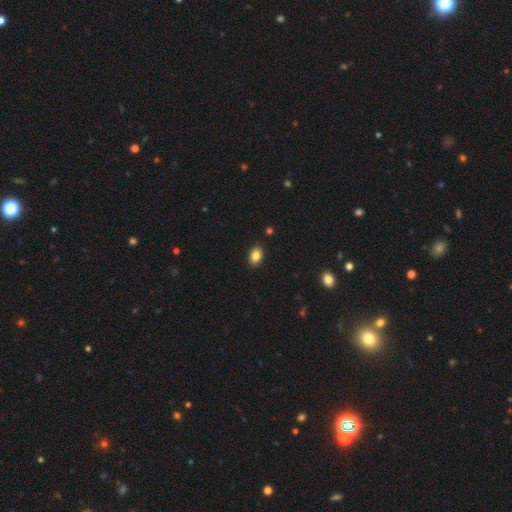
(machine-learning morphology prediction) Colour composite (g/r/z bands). It shows a smooth galaxy with no disk features (86%) that is in between round and cigar-shaped (81%). Merging: none (88%).